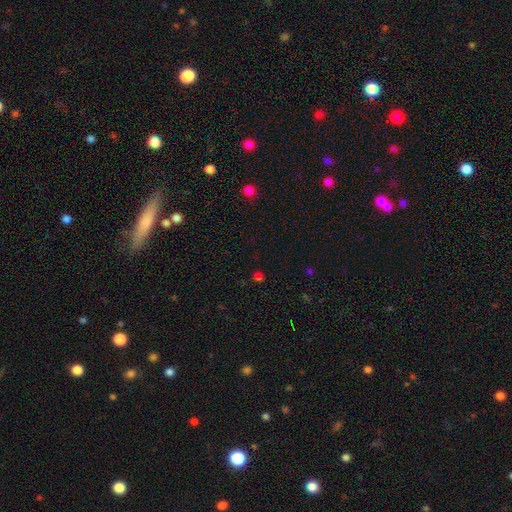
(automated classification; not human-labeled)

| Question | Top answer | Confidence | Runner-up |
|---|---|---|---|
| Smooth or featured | smooth | 50% | star or artifact (45%) |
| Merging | none | 83% | minor disturbance (9%) |